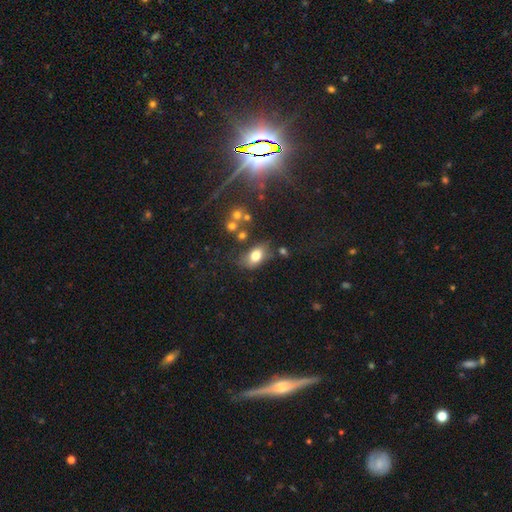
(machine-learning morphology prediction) Smooth or featured?
  - smooth: 76% *
  - featured or disk: 14%
  - star or artifact: 10%
How rounded?
  - in between: 85% *
  - round: 13%
  - cigar-shaped: 2%
Merging?
  - none: 58% *
  - minor disturbance: 24%
  - merger: 9%
  - major disturbance: 9%